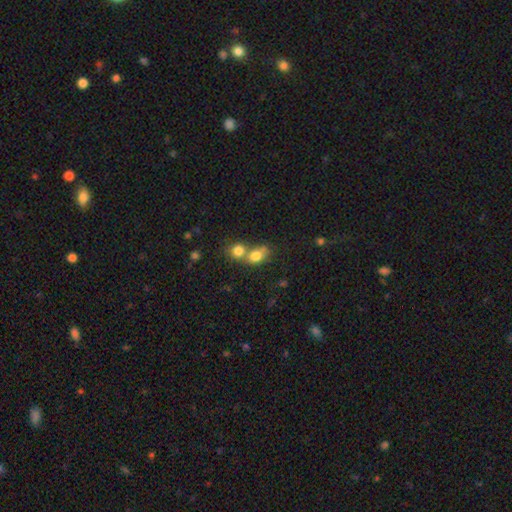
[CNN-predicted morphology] Smooth or featured?
  - smooth: 79% *
  - featured or disk: 11%
  - star or artifact: 10%
How rounded?
  - in between: 55% *
  - round: 42%
  - cigar-shaped: 2%
Merging?
  - merger: 59% *
  - none: 28%
  - minor disturbance: 8%
  - major disturbance: 4%